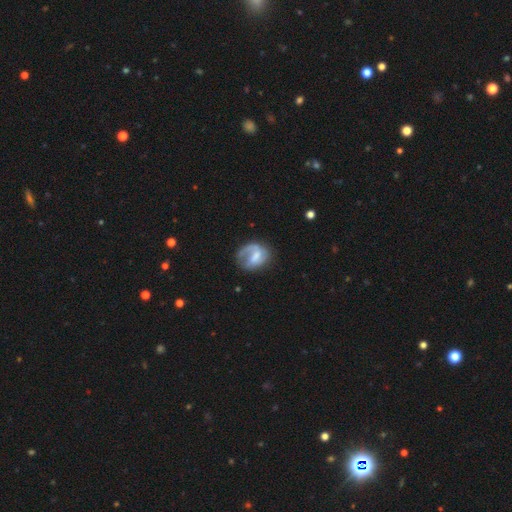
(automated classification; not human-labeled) A featured or disk galaxy (56%) with a weak bar (47%), spiral arms (71%) and a moderate central bulge (32%). Merging: none (49%).